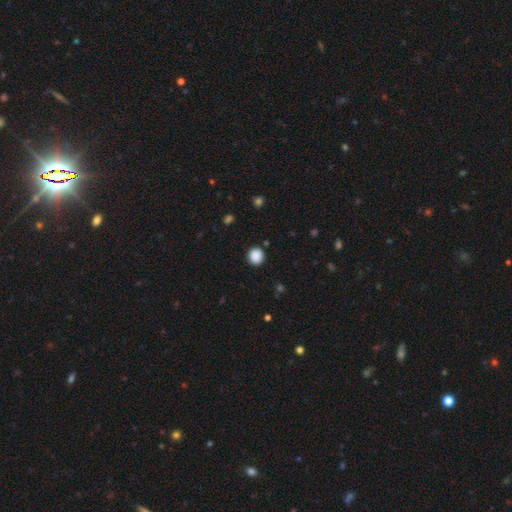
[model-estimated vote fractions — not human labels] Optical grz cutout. It shows a smooth galaxy with no disk features (88%) that is round (89%). Merging: none (90%).